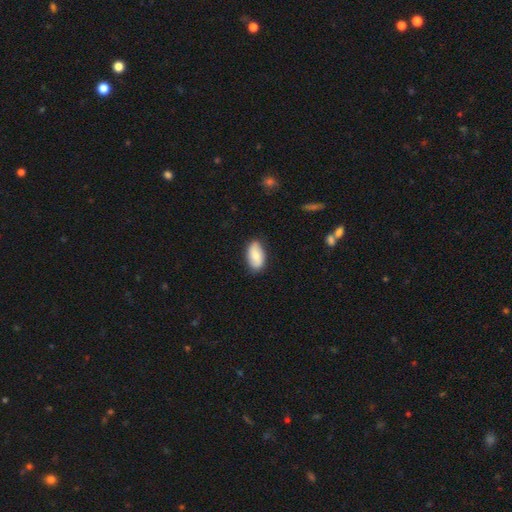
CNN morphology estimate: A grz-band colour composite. It shows a smooth galaxy with no disk features (74%) that is in between round and cigar-shaped (94%). Merging: none (82%).